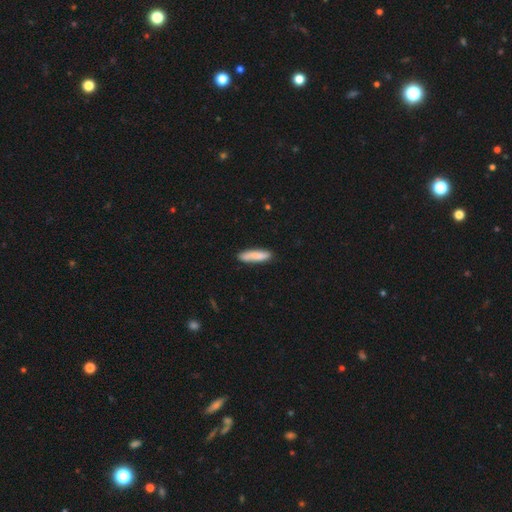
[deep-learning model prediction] This appears to be a smooth galaxy with no disk features (82%) that is cigar-shaped (76%). Merging: none (83%).